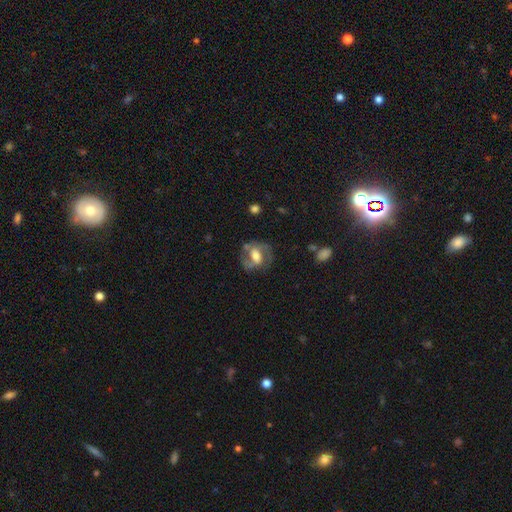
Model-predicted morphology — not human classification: smooth_or_featured: featured or disk (p=0.65) [alt: smooth p=0.28]
disk_edge_on: no (p=0.96) [alt: yes p=0.04]
bar: weak (p=0.42) [alt: strong p=0.30]
has_spiral_arms: yes (p=0.79) [alt: no p=0.21]
bulge_size: moderate (p=0.51) [alt: large p=0.29]
merging: none (p=0.64) [alt: minor disturbance p=0.20]